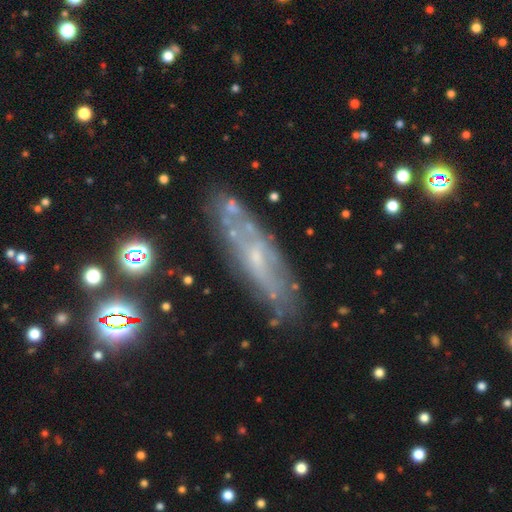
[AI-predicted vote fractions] The model was most divided on "edge-on disk": no: 65%, yes: 35%. More confident: merging — none (74%); smooth or featured — featured or disk (66%).